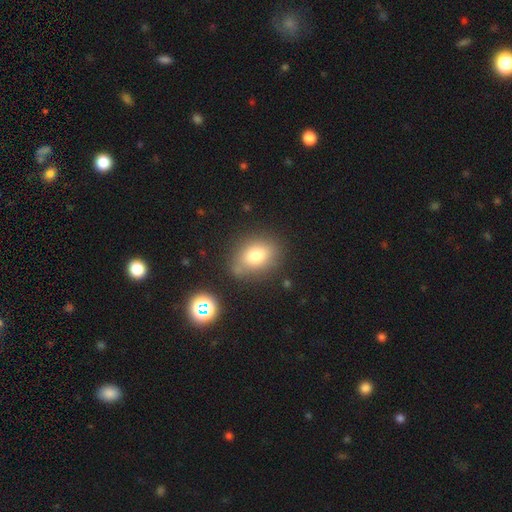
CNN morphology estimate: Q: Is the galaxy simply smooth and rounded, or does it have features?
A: smooth — 76%.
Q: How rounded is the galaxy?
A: in between — 68%.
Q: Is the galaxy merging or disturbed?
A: none — 74%.